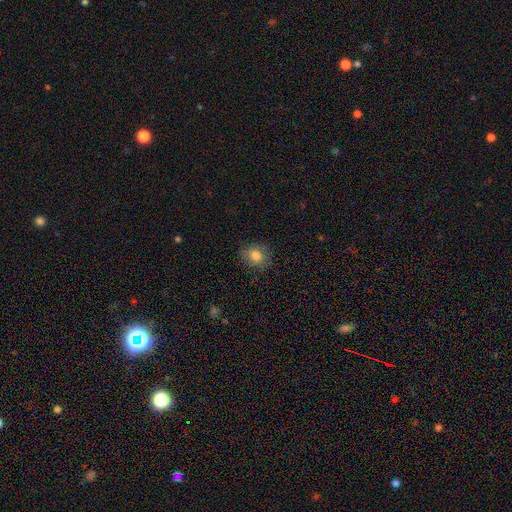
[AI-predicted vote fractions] Q: Smooth or featured?
A: smooth (77%); runner-up: featured or disk (13%)
Q: How rounded?
A: round (68%); runner-up: in between (31%)
Q: Merging?
A: none (80%); runner-up: minor disturbance (14%)